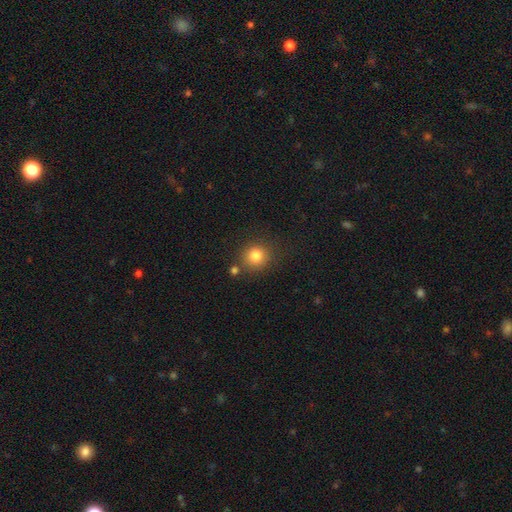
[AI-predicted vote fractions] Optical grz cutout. It shows a smooth galaxy with no disk features (83%) that is round (87%). Merging: none (78%).